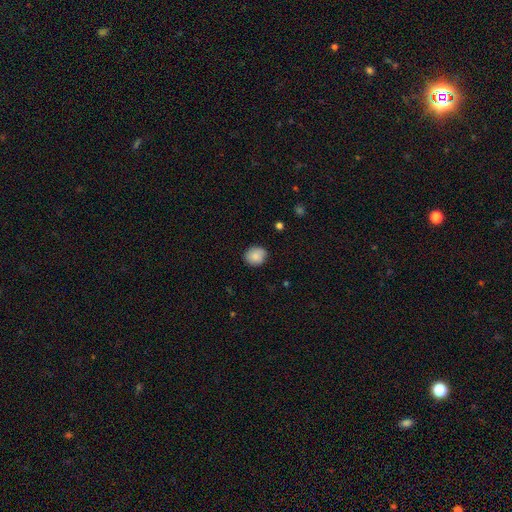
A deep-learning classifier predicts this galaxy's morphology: Smooth or featured?
  - smooth: 85% *
  - star or artifact: 8%
  - featured or disk: 7%
How rounded?
  - round: 70% *
  - in between: 29%
  - cigar-shaped: 1%
Merging?
  - none: 82% *
  - minor disturbance: 14%
  - major disturbance: 3%
  - merger: 1%